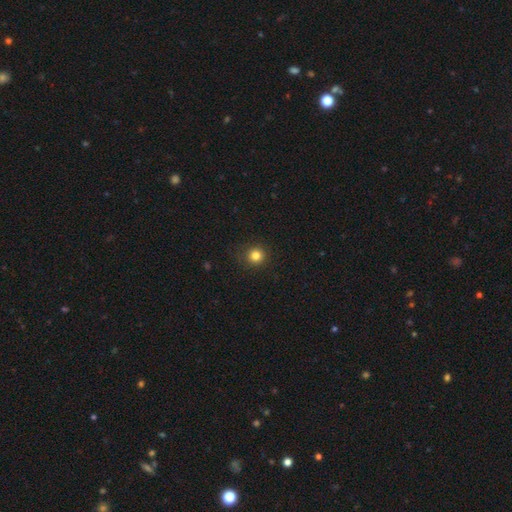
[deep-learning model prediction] smooth-or-featured: smooth: 82% | star or artifact: 13% | featured or disk: 5%
  how-rounded: round: 93% | in between: 6% | cigar-shaped: 1%
  merging: none: 90% | minor disturbance: 7% | major disturbance: 2% | merger: 1%